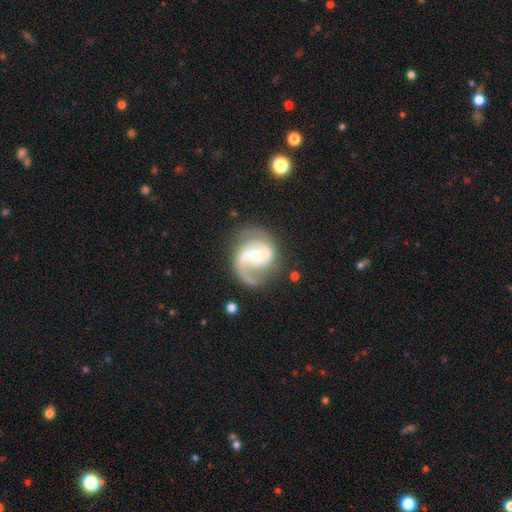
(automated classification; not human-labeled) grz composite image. It shows a featured or disk galaxy (89%) with a weak bar (43%), 2 (82%) medium (55%) spiral arms (97%) and a moderate central bulge (49%). Merging: none (71%).